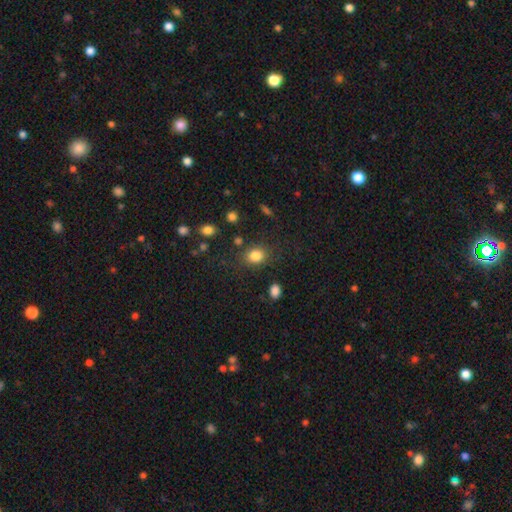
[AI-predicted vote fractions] Smooth or featured: smooth — 84% (star or artifact — 11%)
How rounded: round — 52% (in between — 47%)
Merging: none — 80% (minor disturbance — 12%)